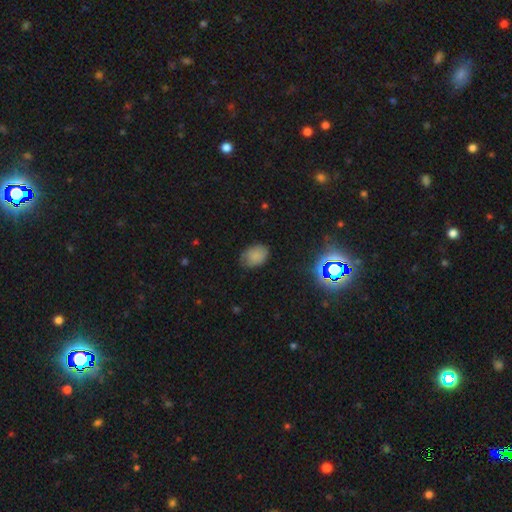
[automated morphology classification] A smooth galaxy with no disk features (78%) that is in between round and cigar-shaped (74%). Merging: none (71%).